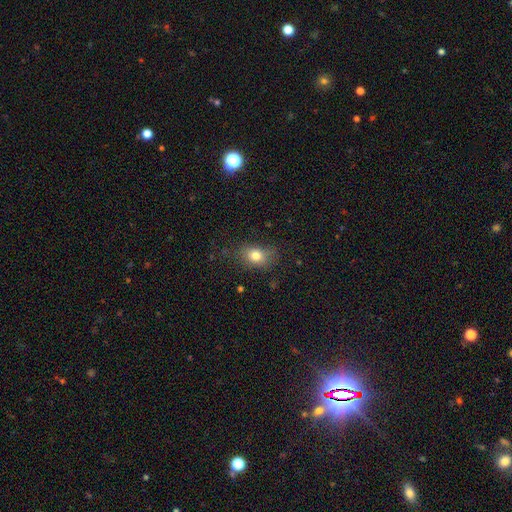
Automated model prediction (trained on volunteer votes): Smooth or featured? smooth (78%)
How rounded? in between (66%)
Merging? none (69%)